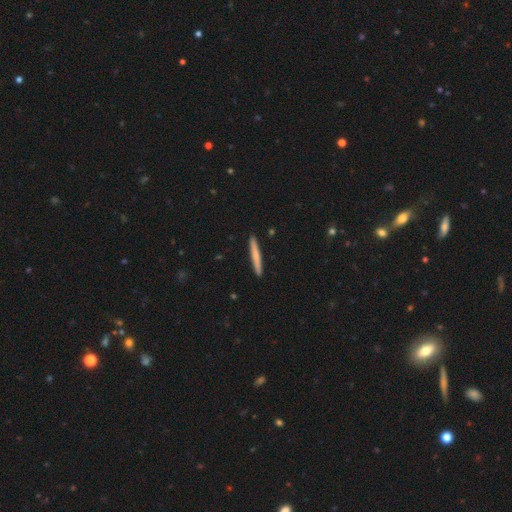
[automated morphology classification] Smooth or featured? Predicted: smooth (p=0.67). How rounded? Predicted: cigar-shaped (p=0.97). Merging? Predicted: none (p=0.92).